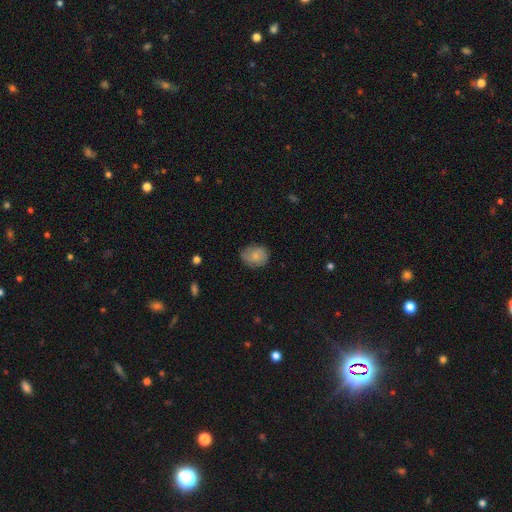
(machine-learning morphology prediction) A smooth galaxy with no disk features (78%) that is round (56%).

Vote fractions:
- Smooth or featured? smooth: 78% / featured or disk: 14% / star or artifact: 8%
- How rounded? round: 56% / in between: 43% / cigar-shaped: 1%
- Merging? none: 72% / minor disturbance: 22% / major disturbance: 4% / merger: 1%